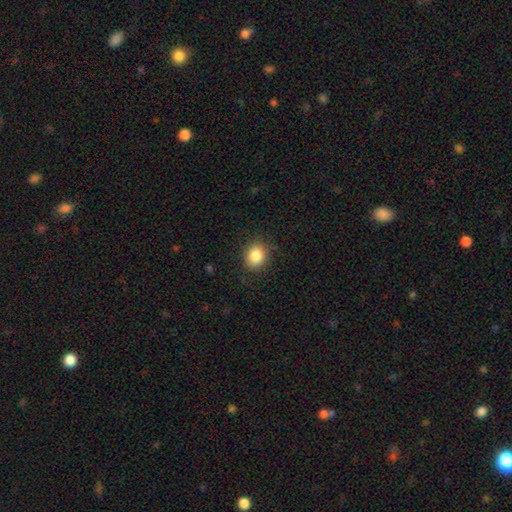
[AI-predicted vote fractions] Smooth or featured? smooth (86%)
How rounded? round (60%)
Merging? none (86%)